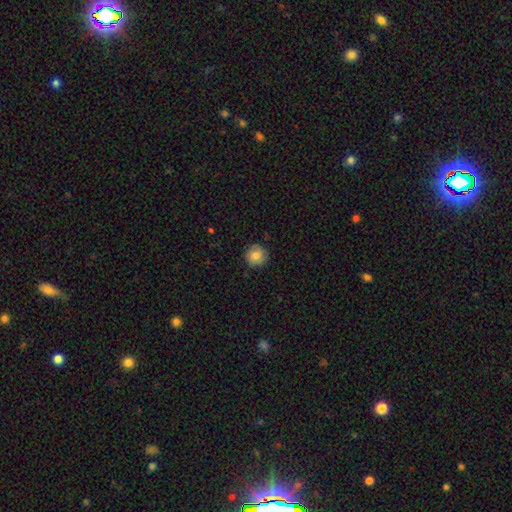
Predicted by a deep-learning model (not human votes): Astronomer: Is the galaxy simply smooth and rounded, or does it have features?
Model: smooth — 81%.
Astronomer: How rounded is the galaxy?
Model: round — 93%.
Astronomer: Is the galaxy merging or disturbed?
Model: none — 86%.